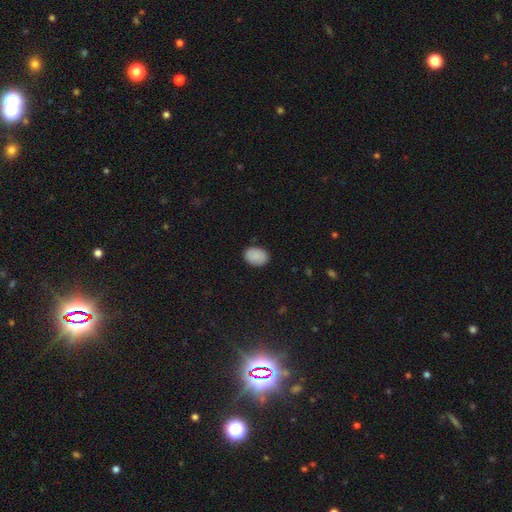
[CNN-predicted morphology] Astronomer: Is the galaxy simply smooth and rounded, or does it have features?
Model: smooth — 87%.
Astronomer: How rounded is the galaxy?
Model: in between — 74%.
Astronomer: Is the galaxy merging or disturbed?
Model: none — 85%.